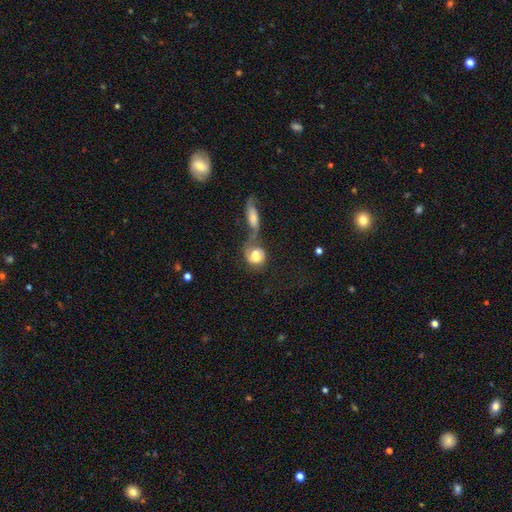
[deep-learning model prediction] smooth 62%, featured or disk 28%, star or artifact 9%. Down the decision tree: how rounded — round (59%); merging — merger (62%).